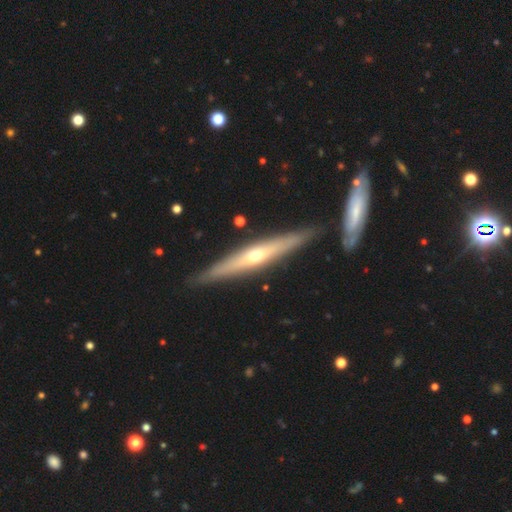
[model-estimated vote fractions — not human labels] Smooth or featured? featured or disk (71%)
Edge-on disk? yes (92%)
Edge-on bulge? rounded (80%)
Merging? none (84%)